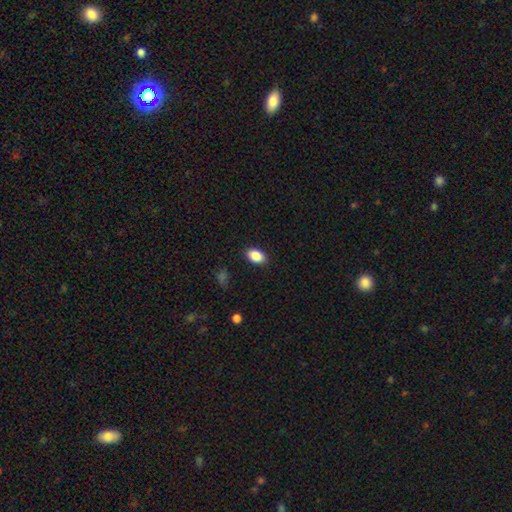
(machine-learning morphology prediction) Smooth or featured: smooth — 88% (star or artifact — 8%)
How rounded: in between — 88% (round — 11%)
Merging: none — 88% (minor disturbance — 9%)